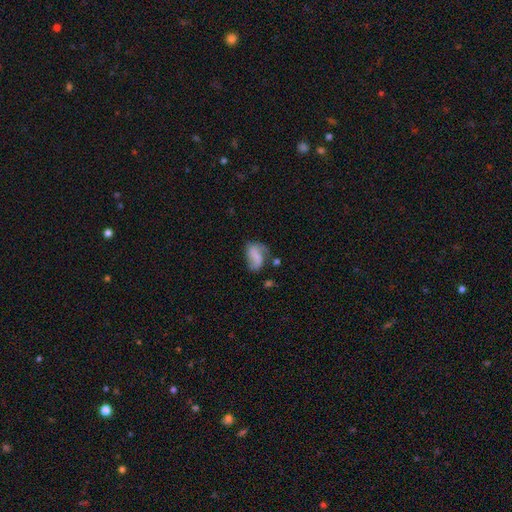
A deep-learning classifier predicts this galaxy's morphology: Overall: featured or disk (54%; smooth 37%). Edge-on disk: no (97%). Bar: no (46%; weak 35%). Spiral arms: yes (83%). Bulge size: none (62%). Merging: none (45%; minor disturbance 27%).